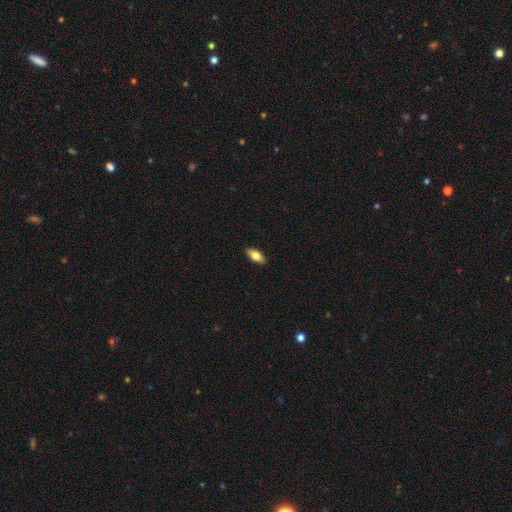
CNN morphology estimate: smooth_or_featured: smooth (p=0.78) [alt: featured or disk p=0.16]
how_rounded: in between (p=0.86) [alt: cigar-shaped p=0.11]
merging: none (p=0.90) [alt: minor disturbance p=0.08]